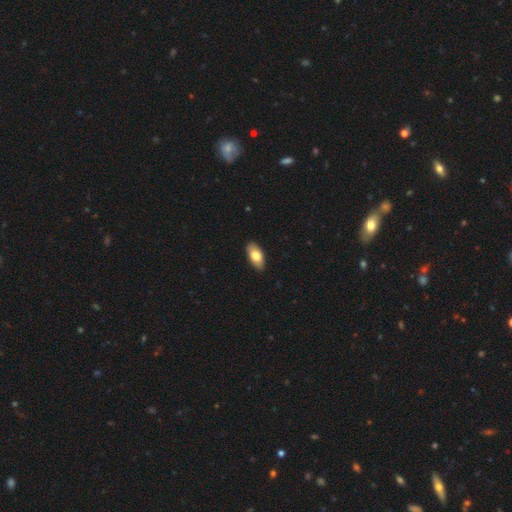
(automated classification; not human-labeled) Smooth or featured? smooth (78%)
How rounded? in between (92%)
Merging? none (89%)